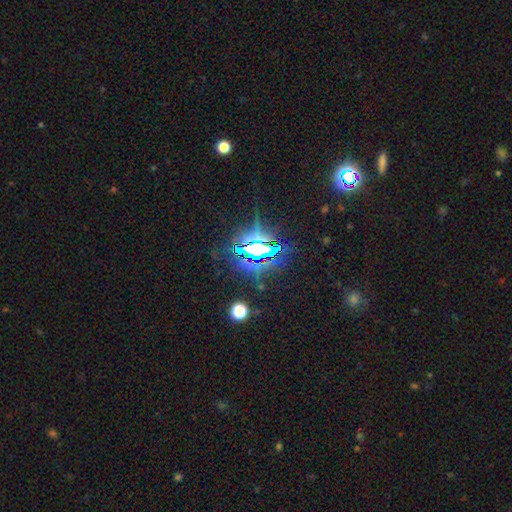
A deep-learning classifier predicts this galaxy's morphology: Smooth or featured? star or artifact (78%)